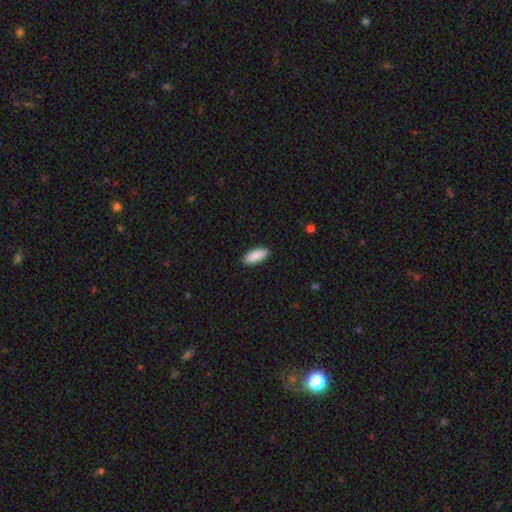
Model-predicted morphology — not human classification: Overall: smooth (91%). How rounded: in between (81%). Merging: none (91%).